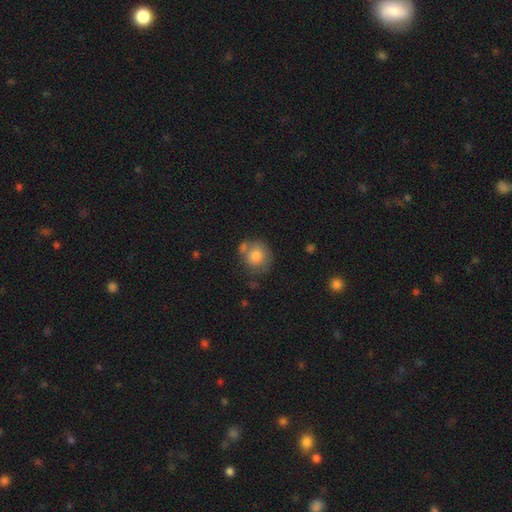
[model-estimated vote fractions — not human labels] Smooth or featured? smooth (78%)
How rounded? round (86%)
Merging? none (54%)